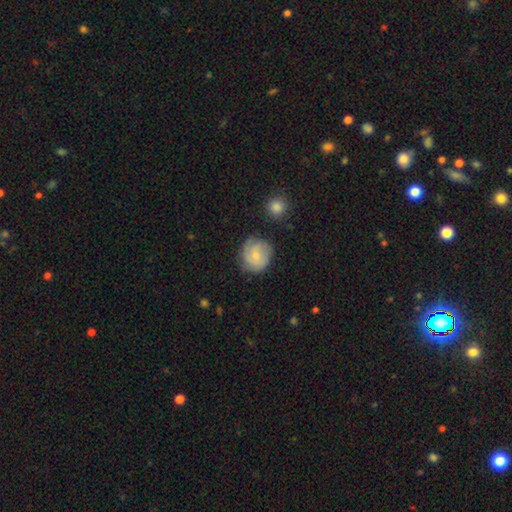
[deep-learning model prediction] This is possibly a smooth galaxy (56%). How rounded: clearly round (87%). Merging: likely none (72%).